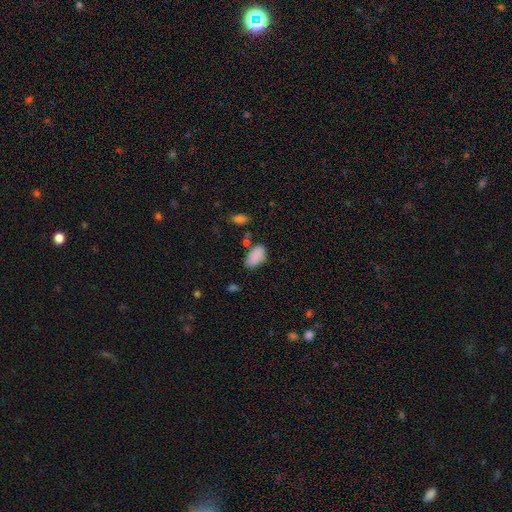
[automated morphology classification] This is clearly a smooth galaxy (87%). How rounded: clearly in between (93%). Merging: likely none (66%).